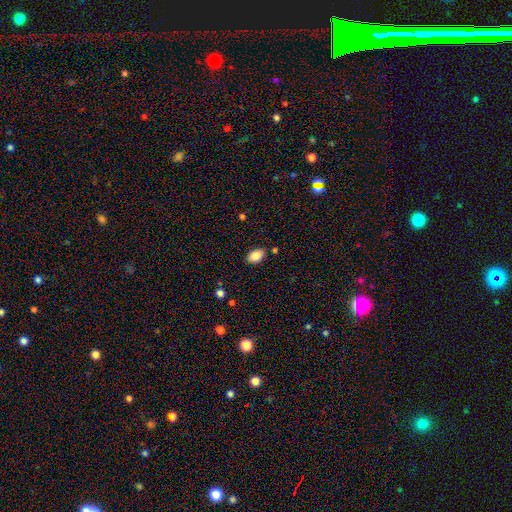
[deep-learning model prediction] smooth_or_featured: smooth (p=0.83) [alt: featured or disk p=0.09]
how_rounded: in between (p=0.90) [alt: round p=0.08]
merging: none (p=0.85) [alt: minor disturbance p=0.11]